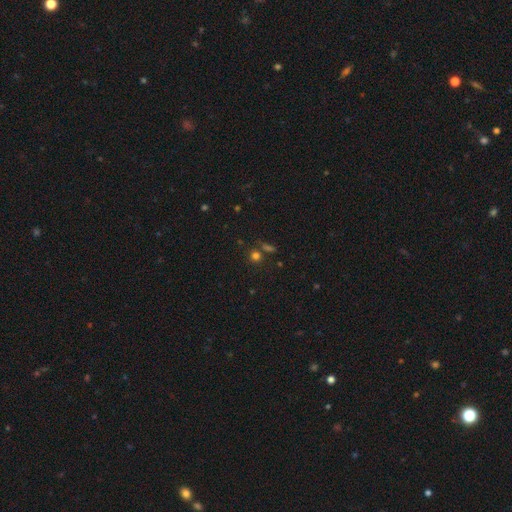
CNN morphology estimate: smooth 70%, star or artifact 24%, featured or disk 6%. Down the decision tree: how rounded — round (88%); merging — none (74%).